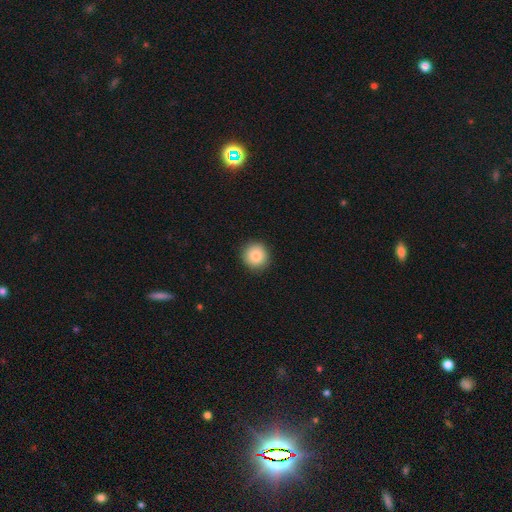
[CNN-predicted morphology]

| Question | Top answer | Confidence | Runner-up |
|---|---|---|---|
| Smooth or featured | smooth | 85% | star or artifact (9%) |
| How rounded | round | 94% | in between (5%) |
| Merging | none | 91% | minor disturbance (6%) |